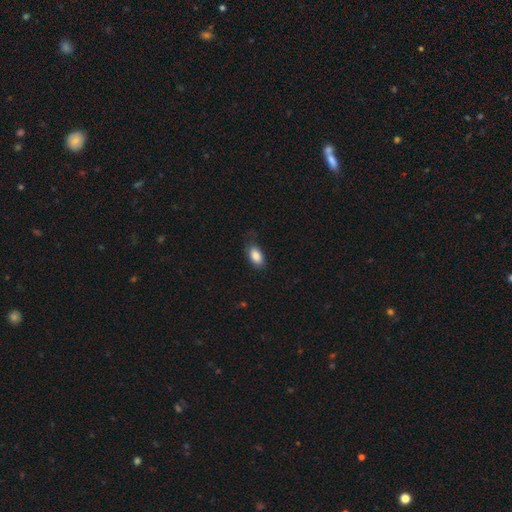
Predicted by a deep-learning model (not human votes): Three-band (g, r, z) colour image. It shows a smooth galaxy with no disk features (87%) that is in between round and cigar-shaped (92%). Merging: none (75%).